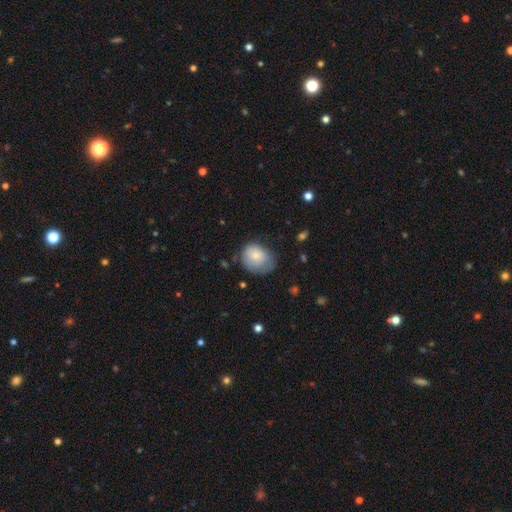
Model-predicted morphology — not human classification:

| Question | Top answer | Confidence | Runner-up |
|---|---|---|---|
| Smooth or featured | smooth | 76% | featured or disk (16%) |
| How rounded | round | 53% | in between (47%) |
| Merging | none | 48% | minor disturbance (35%) |